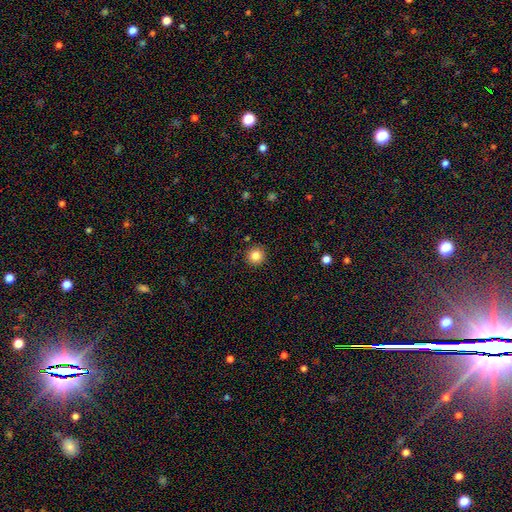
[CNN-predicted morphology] Smooth or featured? smooth (83%)
How rounded? round (95%)
Merging? none (91%)